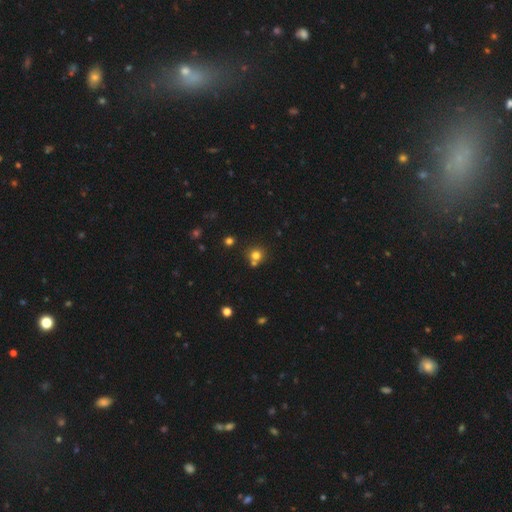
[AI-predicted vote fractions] The model was most divided on "merging": none: 67%, merger: 23%, minor disturbance: 8%, major disturbance: 3%. More confident: how rounded — round (90%); smooth or featured — smooth (76%).